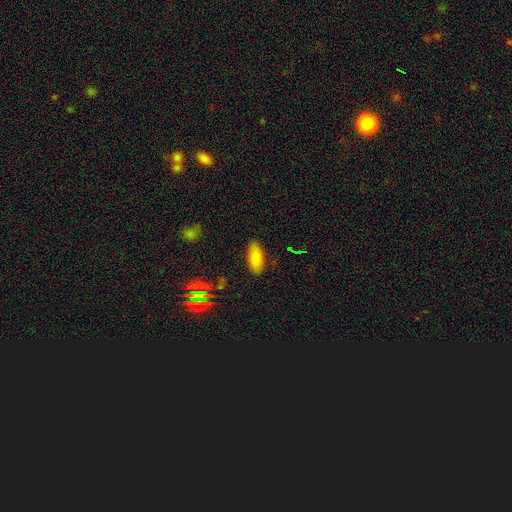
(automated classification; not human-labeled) Smooth or featured? Predicted: smooth (p=0.81). How rounded? Predicted: in between (p=0.85). Merging? Predicted: none (p=0.83).